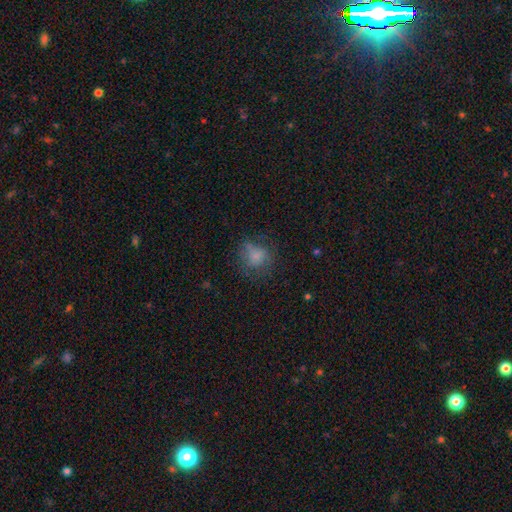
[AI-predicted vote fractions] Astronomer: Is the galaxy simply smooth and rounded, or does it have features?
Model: smooth — 71%.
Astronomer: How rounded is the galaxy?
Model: round — 75%.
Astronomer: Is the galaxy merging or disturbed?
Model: none — 59%.